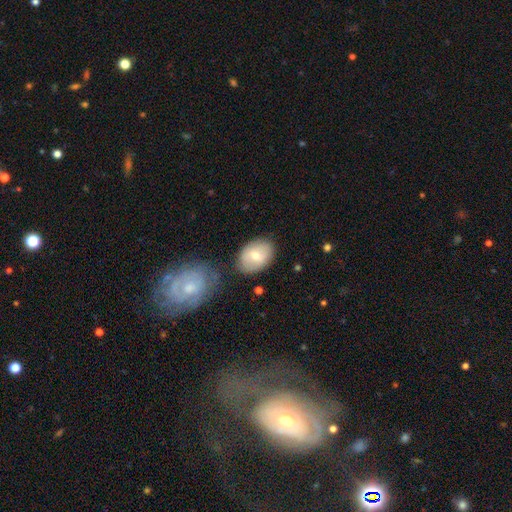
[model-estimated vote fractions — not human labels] smooth 66%, featured or disk 27%, star or artifact 6%. Down the decision tree: how rounded — in between (81%); merging — none (77%).